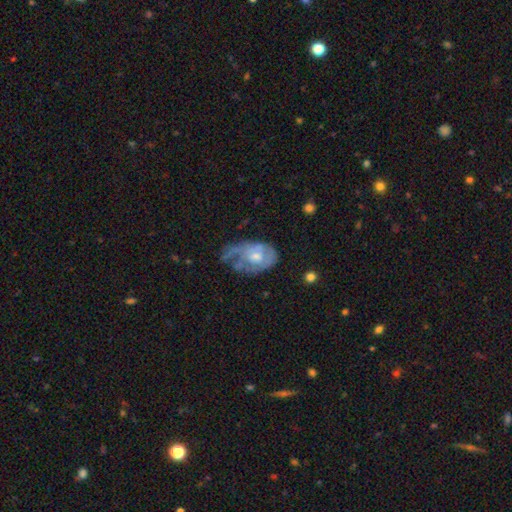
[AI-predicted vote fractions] Smooth or featured? Predicted: featured or disk (p=0.67). Edge-on disk? Predicted: no (p=0.95). Bar? Predicted: no (p=0.78). Spiral arms? Predicted: yes (p=0.68). Bulge size? Predicted: moderate (p=0.61). Merging? Predicted: none (p=0.34).